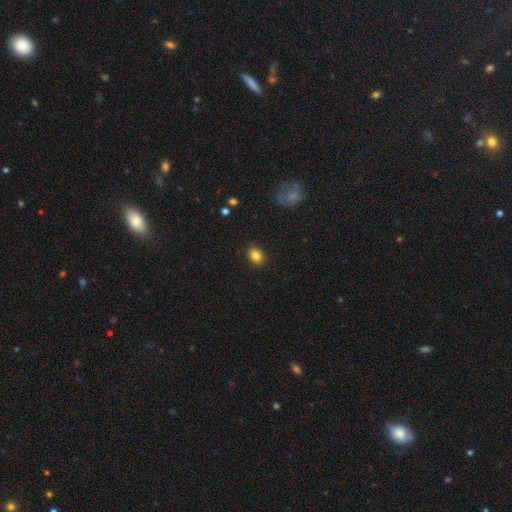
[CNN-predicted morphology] Smooth or featured? smooth (83%)
How rounded? in between (54%)
Merging? none (86%)